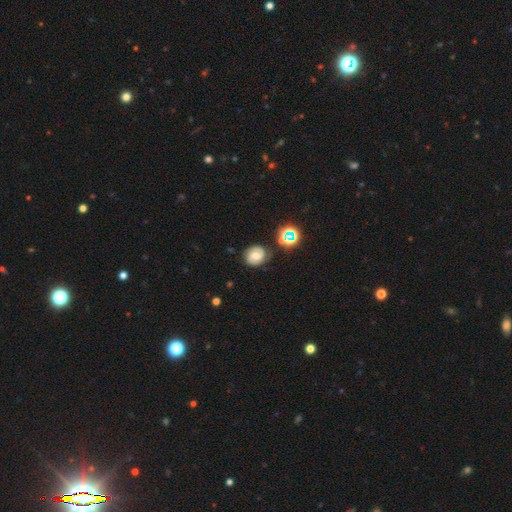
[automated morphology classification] Smooth or featured?
  - featured or disk: 69% *
  - smooth: 20%
  - star or artifact: 11%
Edge-on disk?
  - no: 98% *
  - yes: 2%
Bar?
  - weak: 45% *
  - no: 40%
  - strong: 15%
Spiral arms?
  - yes: 92% *
  - no: 8%
Spiral winding?
  - tight: 45% *
  - medium: 43%
  - loose: 12%
Spiral arm count?
  - 2: 86% *
  - can't tell: 7%
  - 1: 3%
  - 3: 2%
  - 4: 1%
  - more than 4: 1%
Bulge size?
  - moderate: 64% *
  - small: 26%
  - large: 6%
  - none: 3%
  - dominant: 1%
Merging?
  - none: 79% *
  - minor disturbance: 14%
  - major disturbance: 4%
  - merger: 3%